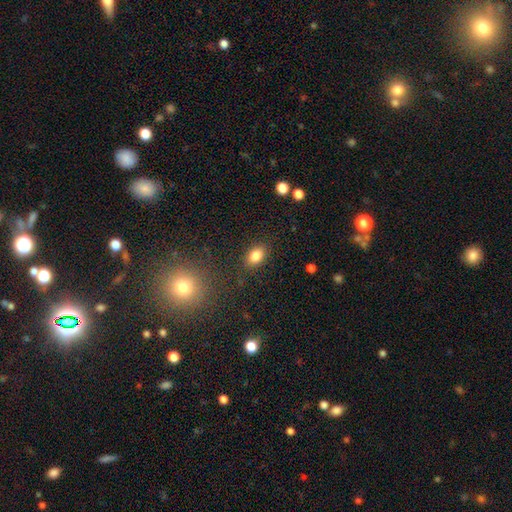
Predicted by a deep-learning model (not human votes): Smooth or featured?
  - smooth: 83% *
  - star or artifact: 10%
  - featured or disk: 7%
How rounded?
  - in between: 80% *
  - round: 19%
  - cigar-shaped: 1%
Merging?
  - none: 86% *
  - minor disturbance: 10%
  - major disturbance: 3%
  - merger: 2%